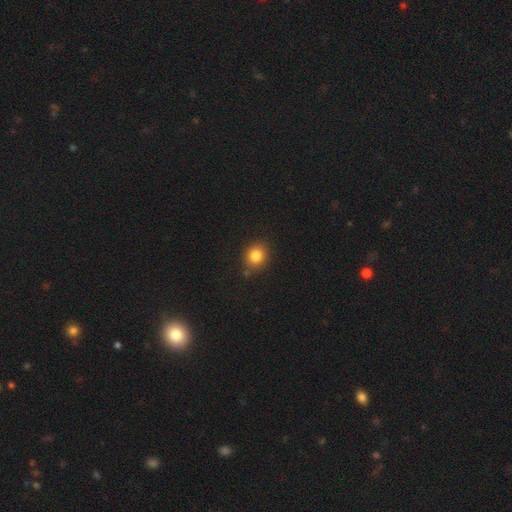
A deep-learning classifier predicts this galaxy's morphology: type=smooth (83%); roundness=round (76%); merging=none (83%).